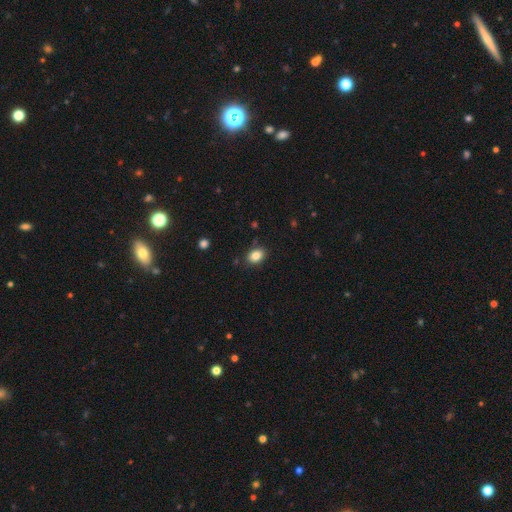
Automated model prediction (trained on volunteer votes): This is clearly a smooth galaxy (86%). How rounded: likely in between (75%). Merging: clearly none (83%).